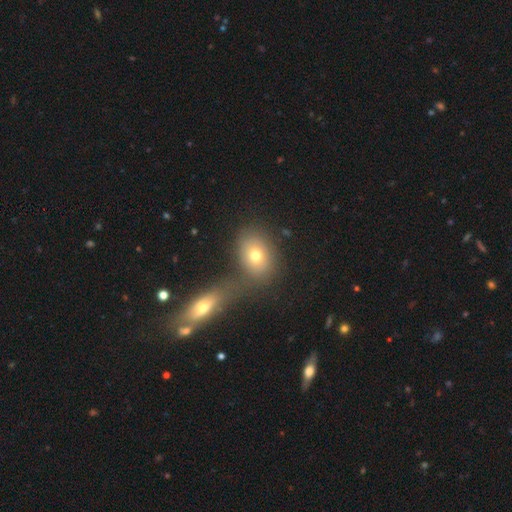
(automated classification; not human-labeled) smooth-or-featured: smooth: 71% | featured or disk: 17% | star or artifact: 12%
  how-rounded: in between: 64% | round: 34% | cigar-shaped: 2%
  merging: none: 57% | merger: 29% | minor disturbance: 9% | major disturbance: 4%